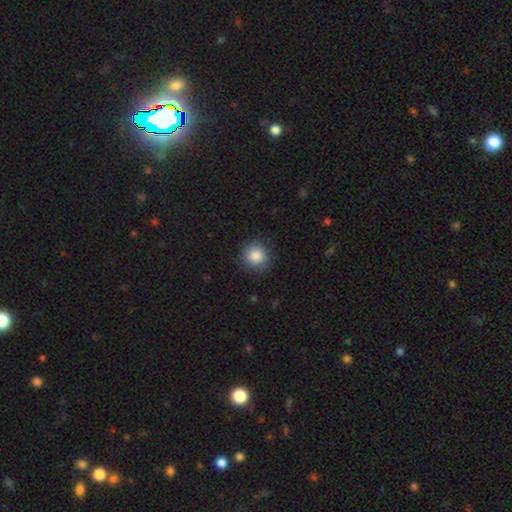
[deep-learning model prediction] smooth_or_featured: smooth (p=0.86) [alt: star or artifact p=0.09]
how_rounded: round (p=0.90) [alt: in between p=0.09]
merging: none (p=0.86) [alt: minor disturbance p=0.11]